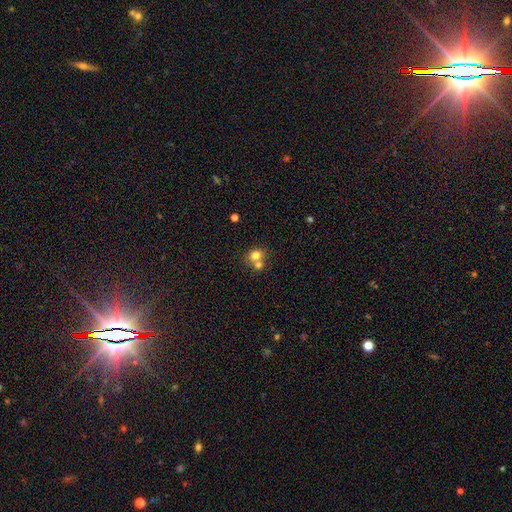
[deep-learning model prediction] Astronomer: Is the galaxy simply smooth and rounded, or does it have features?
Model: smooth — 75%.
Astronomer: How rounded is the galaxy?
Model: round — 68%.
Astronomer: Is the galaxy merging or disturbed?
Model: merger — 51% (runner-up: none, 39%).